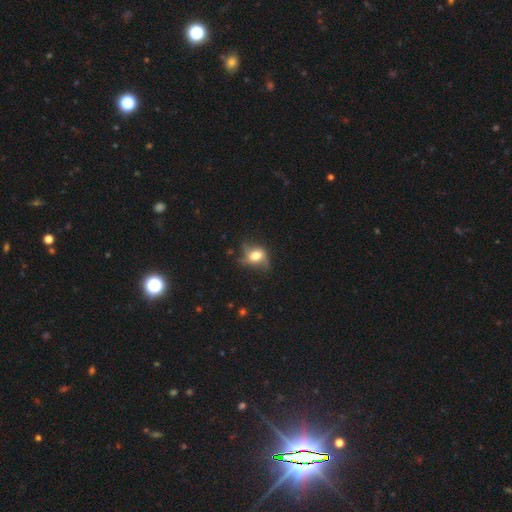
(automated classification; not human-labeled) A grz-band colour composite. It shows a smooth galaxy with no disk features (51%) that is in between round and cigar-shaped (57%). Merging: none (49%).